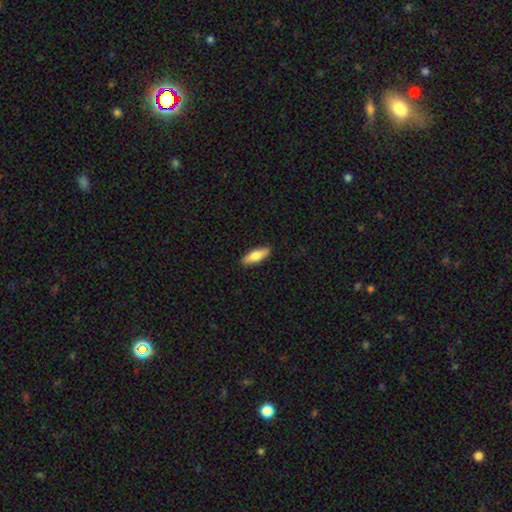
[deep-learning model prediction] smooth 74%, featured or disk 21%, star or artifact 6%. Down the decision tree: how rounded — in between (53%); merging — none (89%).